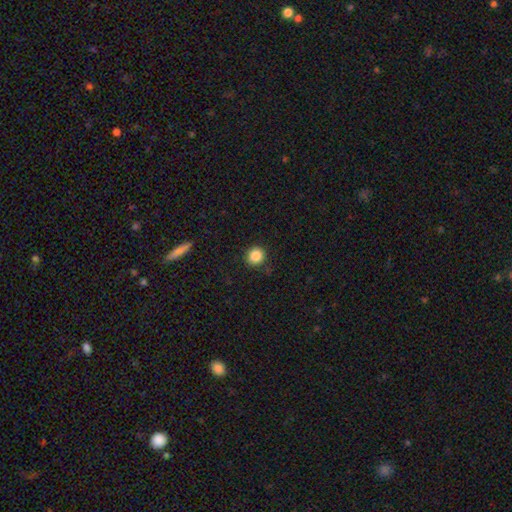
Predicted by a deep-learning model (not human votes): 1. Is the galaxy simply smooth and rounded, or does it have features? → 87% smooth, 10% star or artifact, 4% featured or disk.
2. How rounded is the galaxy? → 91% round, 8% in between, 1% cigar-shaped.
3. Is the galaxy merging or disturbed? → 89% none, 8% minor disturbance, 2% major disturbance, 1% merger.